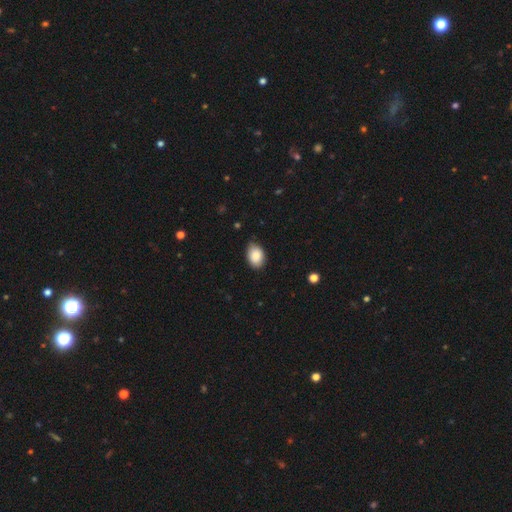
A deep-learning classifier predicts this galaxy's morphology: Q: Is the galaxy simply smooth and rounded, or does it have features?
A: smooth — 86%.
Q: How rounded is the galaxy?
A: in between — 83%.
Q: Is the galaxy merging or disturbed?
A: none — 76%.